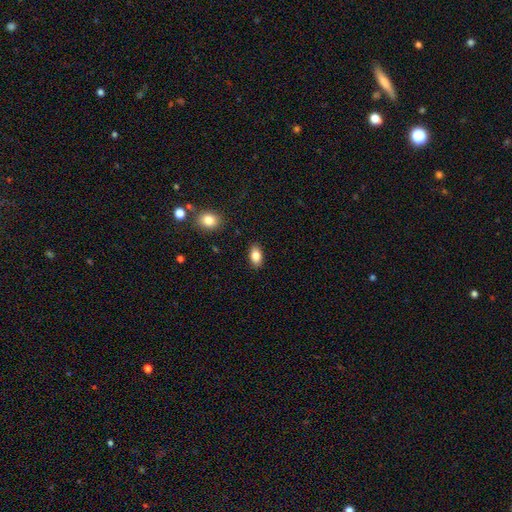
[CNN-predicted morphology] Smooth or featured: smooth — 84% (star or artifact — 8%)
How rounded: in between — 91% (round — 7%)
Merging: none — 88% (minor disturbance — 8%)